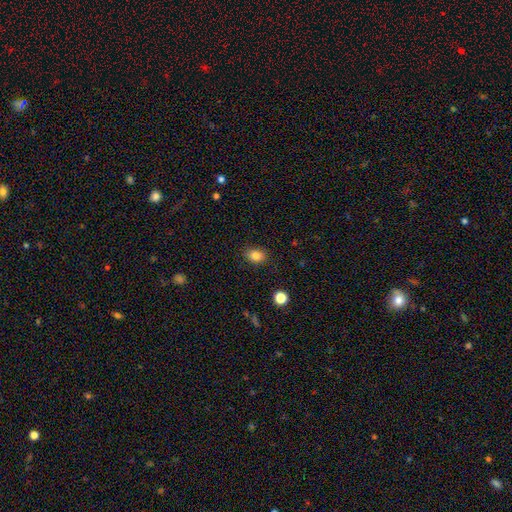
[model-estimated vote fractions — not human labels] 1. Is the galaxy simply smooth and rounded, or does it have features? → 84% smooth, 10% star or artifact, 6% featured or disk.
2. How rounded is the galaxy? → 69% in between, 29% round, 1% cigar-shaped.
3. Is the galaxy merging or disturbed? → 85% none, 11% minor disturbance, 3% major disturbance, 1% merger.